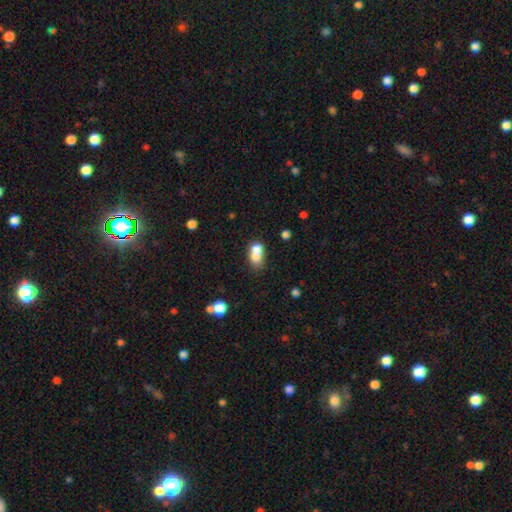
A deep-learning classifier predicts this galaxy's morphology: A smooth galaxy with no disk features (72%) that is in between round and cigar-shaped (64%).

Vote fractions:
- Smooth or featured? smooth: 72% / featured or disk: 18% / star or artifact: 10%
- How rounded? in between: 64% / round: 33% / cigar-shaped: 3%
- Merging? merger: 62% / none: 24% / minor disturbance: 9% / major disturbance: 5%